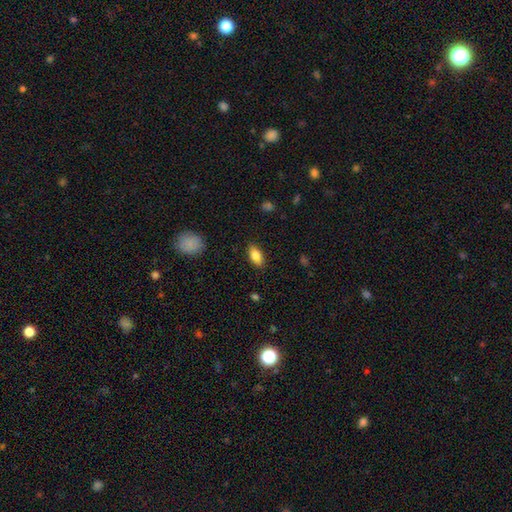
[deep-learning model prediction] smooth-or-featured: smooth: 84% | featured or disk: 9% | star or artifact: 7%
  how-rounded: in between: 90% | cigar-shaped: 6% | round: 4%
  merging: none: 87% | minor disturbance: 9% | major disturbance: 2% | merger: 1%